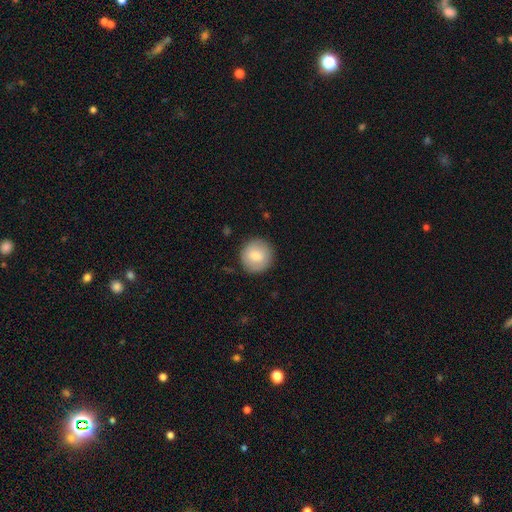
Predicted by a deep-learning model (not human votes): Smooth or featured?
  - smooth: 79% *
  - featured or disk: 14%
  - star or artifact: 7%
How rounded?
  - round: 94% *
  - in between: 5%
  - cigar-shaped: 1%
Merging?
  - none: 88% *
  - minor disturbance: 8%
  - major disturbance: 2%
  - merger: 1%